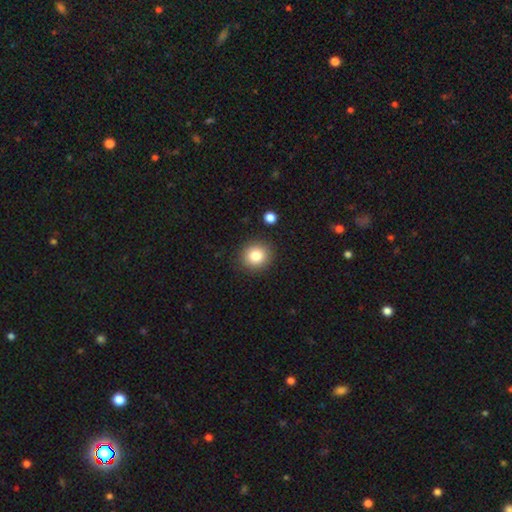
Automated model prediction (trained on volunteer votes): Smooth or featured? smooth (82%)
How rounded? round (87%)
Merging? none (89%)